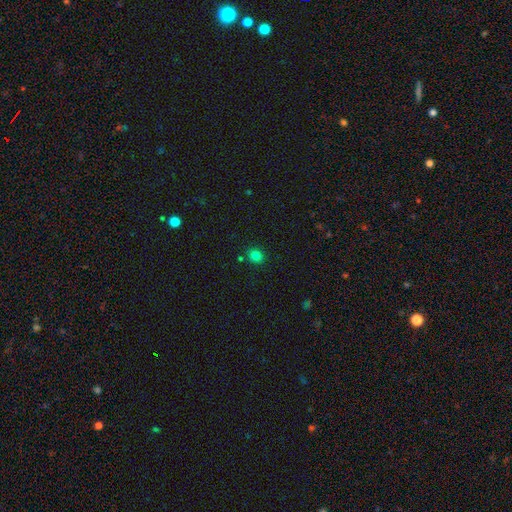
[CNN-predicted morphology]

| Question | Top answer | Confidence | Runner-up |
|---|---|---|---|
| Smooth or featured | smooth | 80% | star or artifact (15%) |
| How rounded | round | 79% | in between (21%) |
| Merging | none | 85% | minor disturbance (8%) |